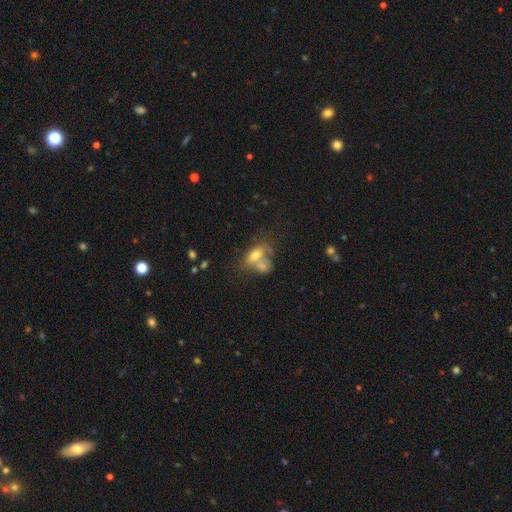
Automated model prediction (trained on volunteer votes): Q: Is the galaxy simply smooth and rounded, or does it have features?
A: smooth — 57%.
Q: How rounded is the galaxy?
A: in between — 77%.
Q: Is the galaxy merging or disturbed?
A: merger — 52%.